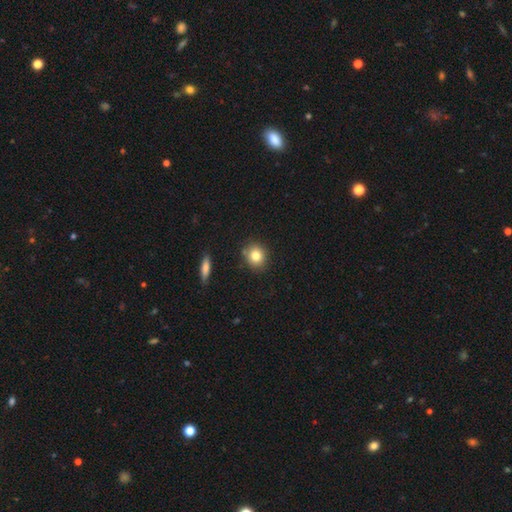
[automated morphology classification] Q: Smooth or featured?
A: smooth (82%); runner-up: star or artifact (10%)
Q: How rounded?
A: round (80%); runner-up: in between (19%)
Q: Merging?
A: none (83%); runner-up: minor disturbance (10%)